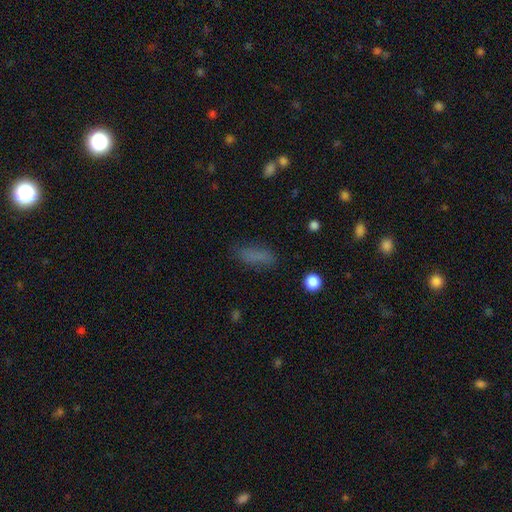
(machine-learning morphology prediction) The model was most divided on "how rounded": in between: 52%, cigar-shaped: 45%, round: 3%. More confident: smooth or featured — smooth (78%); merging — none (77%).